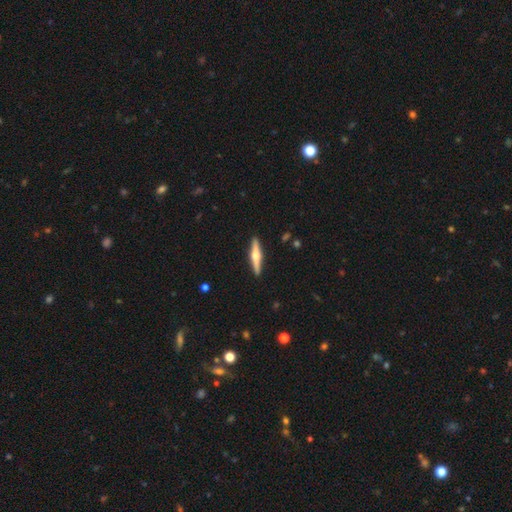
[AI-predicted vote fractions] smooth-or-featured: featured or disk: 67% | smooth: 28% | star or artifact: 5%
  disk-edge-on: yes: 98% | no: 2%
    edge-on-bulge: rounded: 92% | boxy: 5% | none: 3%
  merging: none: 91% | minor disturbance: 6% | major disturbance: 1% | merger: 1%